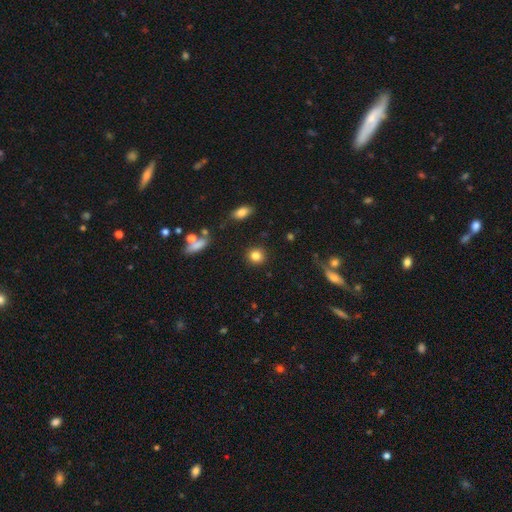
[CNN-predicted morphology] Overall: smooth (83%). How rounded: round (88%). Merging: none (89%).